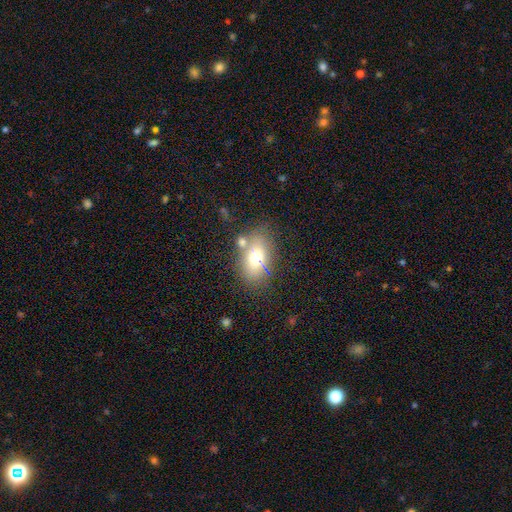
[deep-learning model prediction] Smooth or featured?
  - smooth: 66% *
  - featured or disk: 22%
  - star or artifact: 12%
How rounded?
  - in between: 79% *
  - round: 19%
  - cigar-shaped: 2%
Merging?
  - none: 63% *
  - minor disturbance: 16%
  - merger: 15%
  - major disturbance: 6%